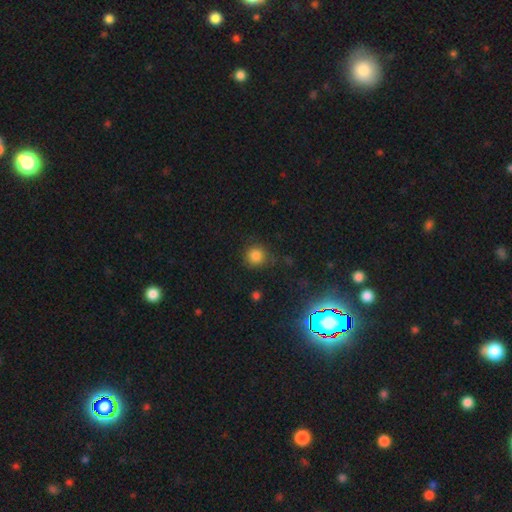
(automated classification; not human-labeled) Overall: smooth (81%). How rounded: round (93%). Merging: none (81%).